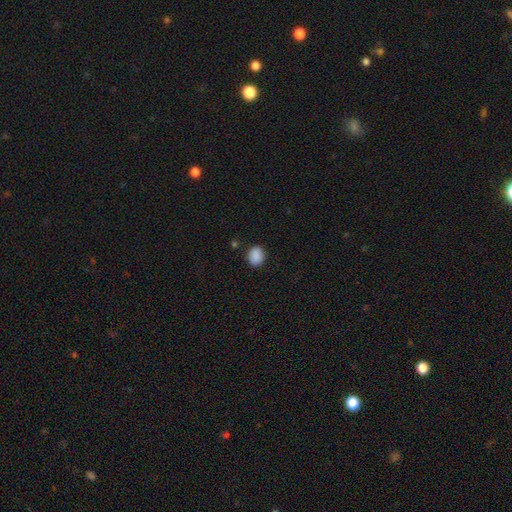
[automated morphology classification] smooth-or-featured: smooth: 88% | star or artifact: 9% | featured or disk: 3%
  how-rounded: round: 61% | in between: 39% | cigar-shaped: 1%
  merging: none: 85% | minor disturbance: 10% | major disturbance: 3% | merger: 2%